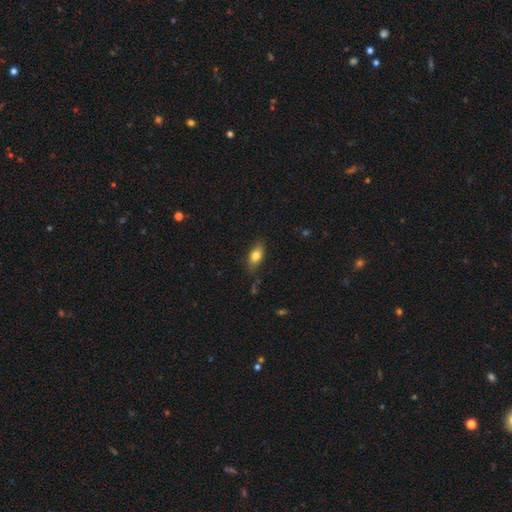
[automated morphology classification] This appears to be a smooth galaxy with no disk features (76%) that is in between round and cigar-shaped (84%). Merging: none (80%).